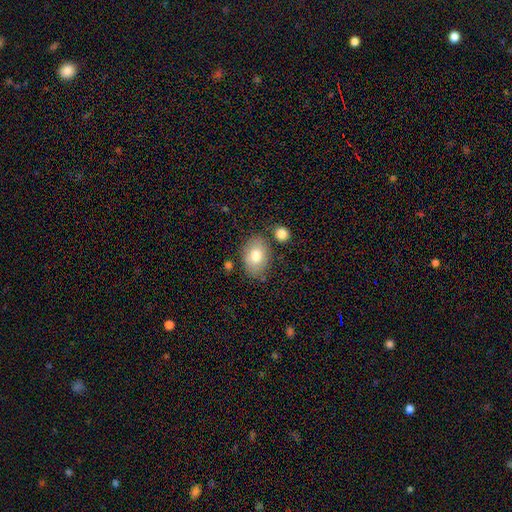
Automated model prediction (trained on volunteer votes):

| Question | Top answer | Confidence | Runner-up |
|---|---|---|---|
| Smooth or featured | smooth | 77% | featured or disk (16%) |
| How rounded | in between | 80% | round (19%) |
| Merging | none | 75% | minor disturbance (15%) |